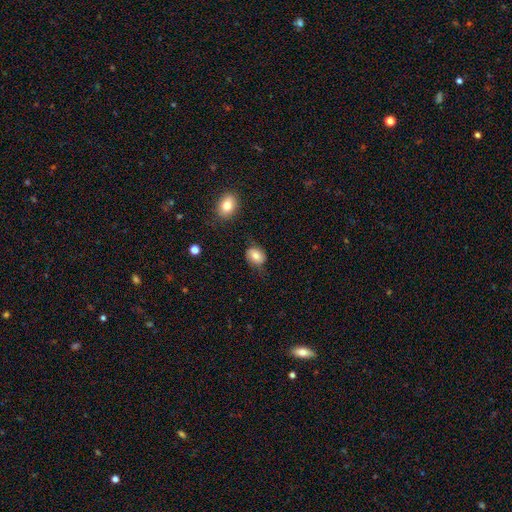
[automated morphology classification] smooth_or_featured: smooth (p=0.73) [alt: featured or disk p=0.18]
how_rounded: in between (p=0.62) [alt: round p=0.37]
merging: none (p=0.63) [alt: minor disturbance p=0.26]